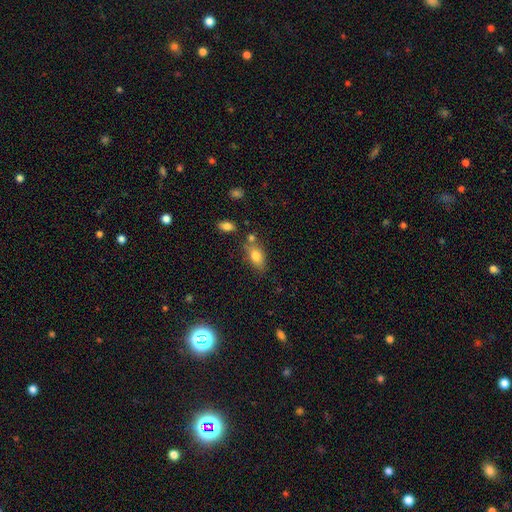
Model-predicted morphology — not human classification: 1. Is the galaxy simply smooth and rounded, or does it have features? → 78% smooth, 13% featured or disk, 9% star or artifact.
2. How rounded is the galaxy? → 85% in between, 9% round, 6% cigar-shaped.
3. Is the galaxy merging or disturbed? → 61% none, 18% minor disturbance, 16% merger, 5% major disturbance.